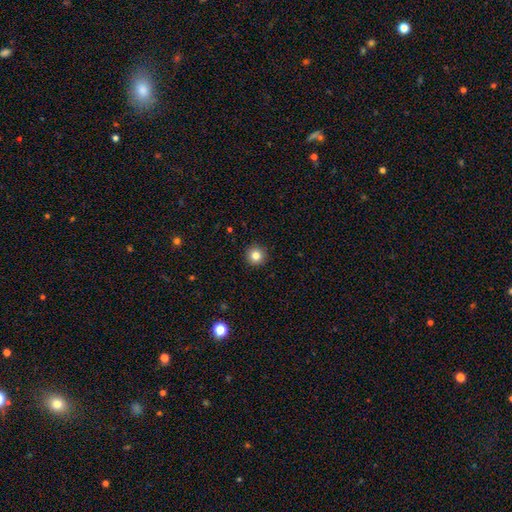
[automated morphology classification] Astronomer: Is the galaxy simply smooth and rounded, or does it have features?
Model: smooth — 82%.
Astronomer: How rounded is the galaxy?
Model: round — 96%.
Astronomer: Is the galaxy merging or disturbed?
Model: none — 93%.